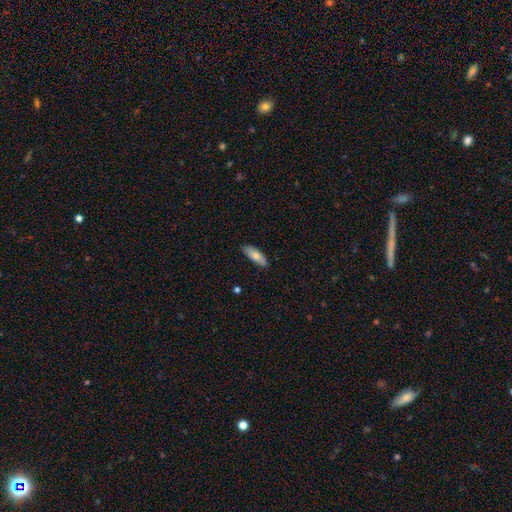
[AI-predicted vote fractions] This appears to be a smooth galaxy with no disk features (78%) that is in between round and cigar-shaped (62%). Merging: none (82%).